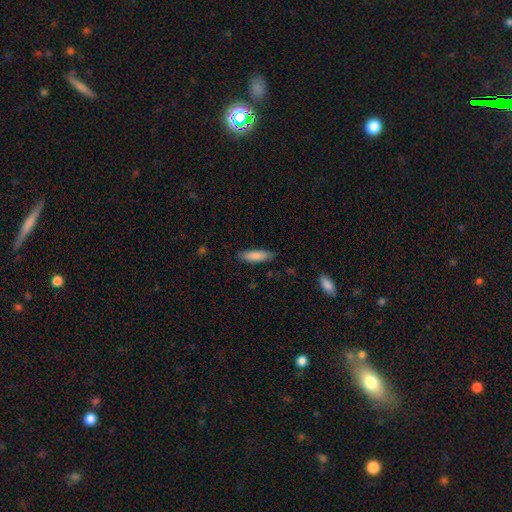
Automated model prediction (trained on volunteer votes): smooth 85%, featured or disk 9%, star or artifact 6%. Down the decision tree: how rounded — cigar-shaped (63%); merging — none (84%).